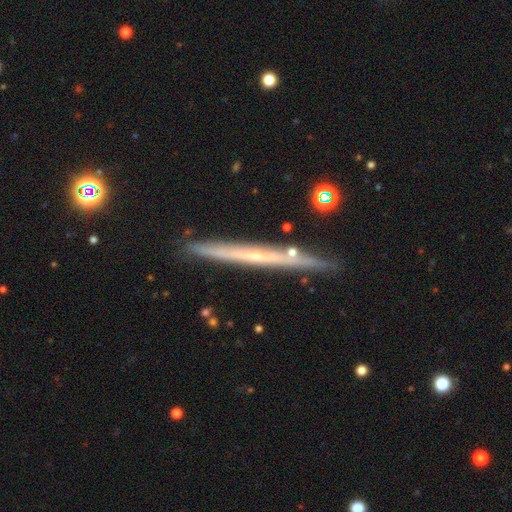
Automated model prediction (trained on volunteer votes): Smooth or featured? Predicted: featured or disk (p=0.67). Edge-on disk? Predicted: yes (p=0.96). Edge-on bulge? Predicted: none (p=0.79). Merging? Predicted: none (p=0.85).